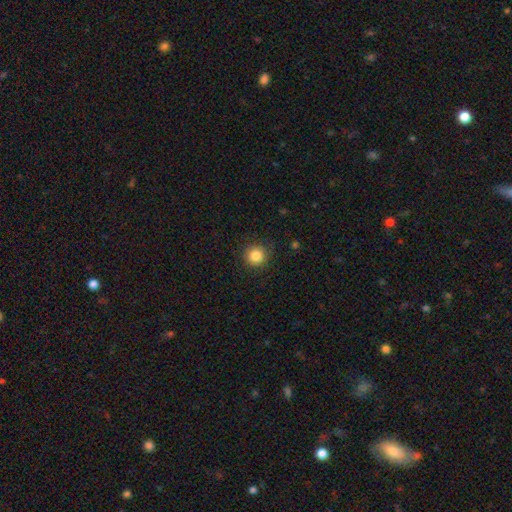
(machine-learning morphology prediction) This appears to be a smooth galaxy with no disk features (84%) that is round (94%). Merging: none (89%).